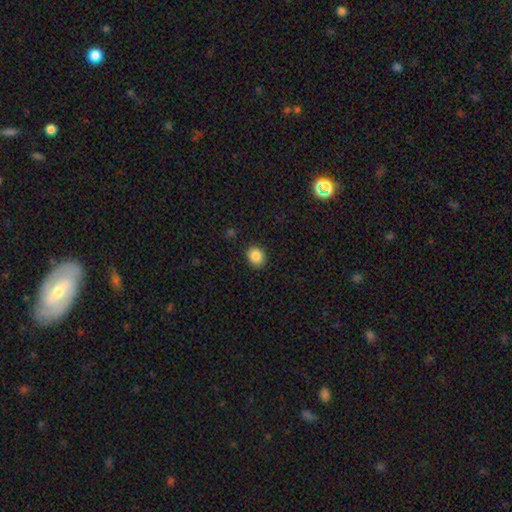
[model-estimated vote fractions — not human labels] Smooth or featured? Predicted: smooth (p=0.86). How rounded? Predicted: round (p=0.67). Merging? Predicted: none (p=0.89).